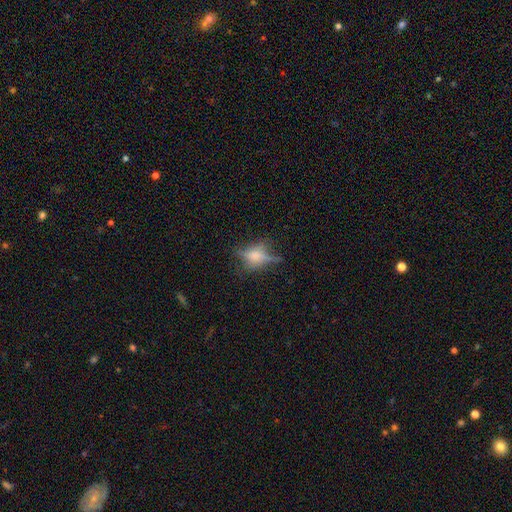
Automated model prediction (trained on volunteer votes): Smooth or featured?
  - smooth: 44% *
  - featured or disk: 39%
  - star or artifact: 18%
Merging?
  - none: 60% *
  - minor disturbance: 22%
  - major disturbance: 15%
  - merger: 4%